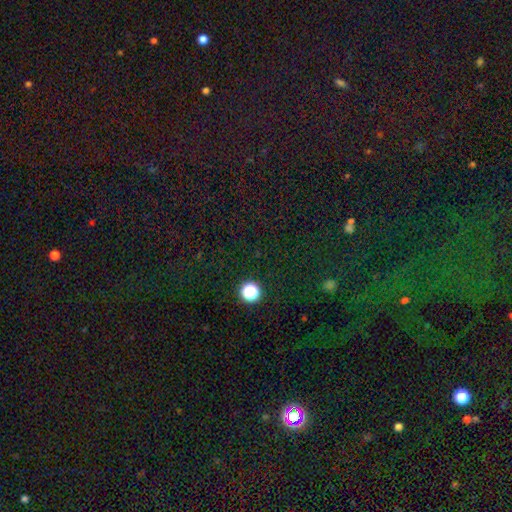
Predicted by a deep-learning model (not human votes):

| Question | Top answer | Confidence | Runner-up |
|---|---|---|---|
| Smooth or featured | star or artifact | 74% | smooth (19%) |